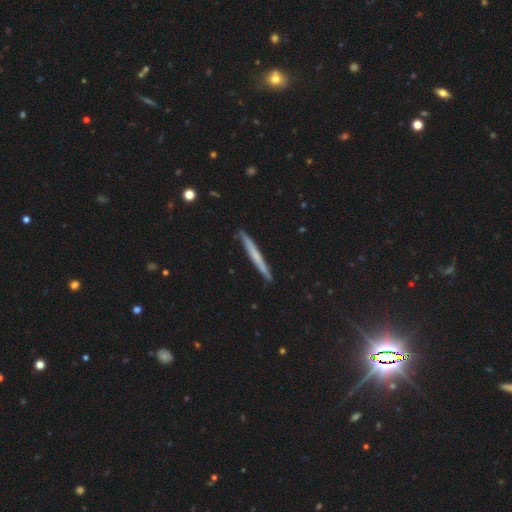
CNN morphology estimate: smooth 47% (tied), featured or disk 47% (tied), star or artifact 6%. Down the decision tree: merging — none (90%).